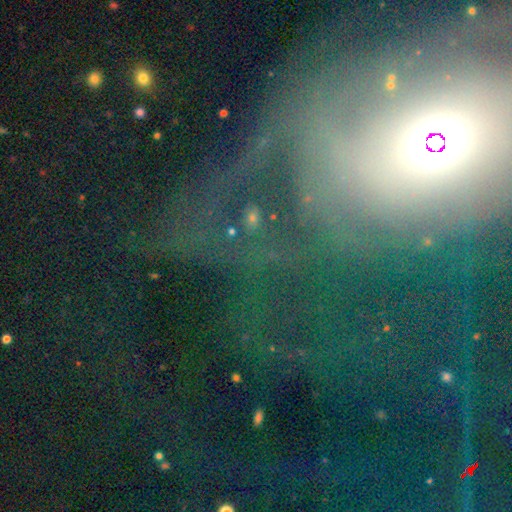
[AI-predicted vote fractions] featured or disk 46%, star or artifact 33%, smooth 21%. Down the decision tree: merging — none (48%).